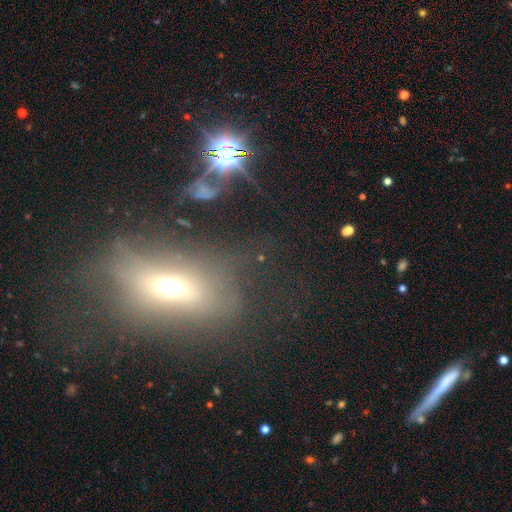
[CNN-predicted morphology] A smooth galaxy with no disk features (41%). Merging: none (61%).